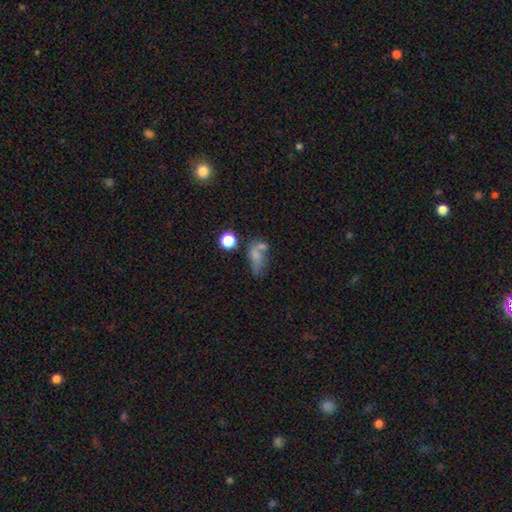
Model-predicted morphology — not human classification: smooth 59%, featured or disk 26%, star or artifact 15%. Down the decision tree: how rounded — in between (72%); merging — merger (30%).